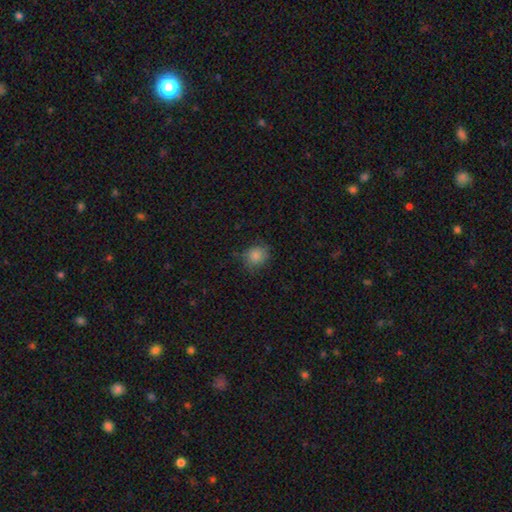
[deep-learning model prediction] smooth_or_featured: smooth (p=0.85) [alt: star or artifact p=0.09]
how_rounded: round (p=0.75) [alt: in between p=0.24]
merging: none (p=0.72) [alt: minor disturbance p=0.21]